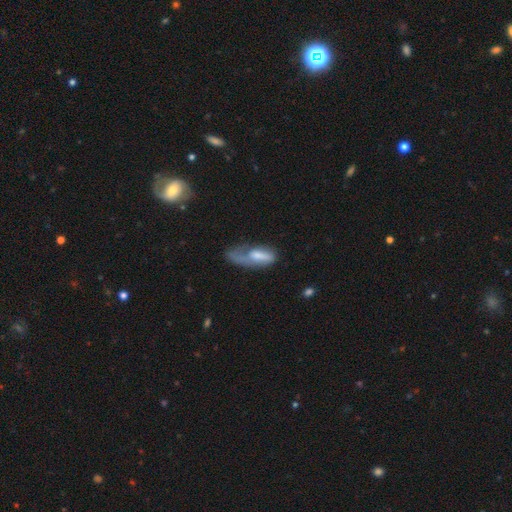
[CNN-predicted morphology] A smooth galaxy with no disk features (50%) that is in between round and cigar-shaped (68%). Merging: major disturbance (40%).